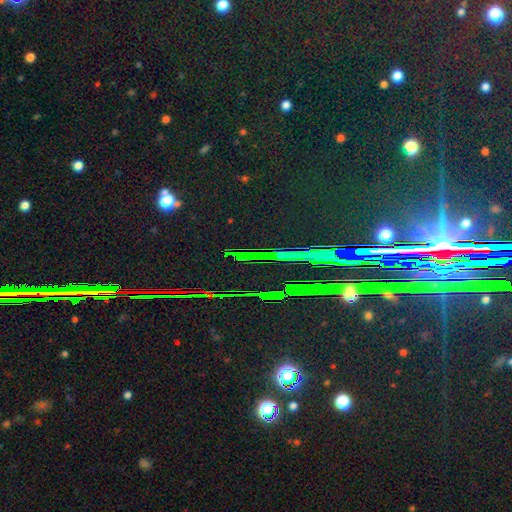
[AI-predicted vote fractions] Smooth or featured? star or artifact (82%)